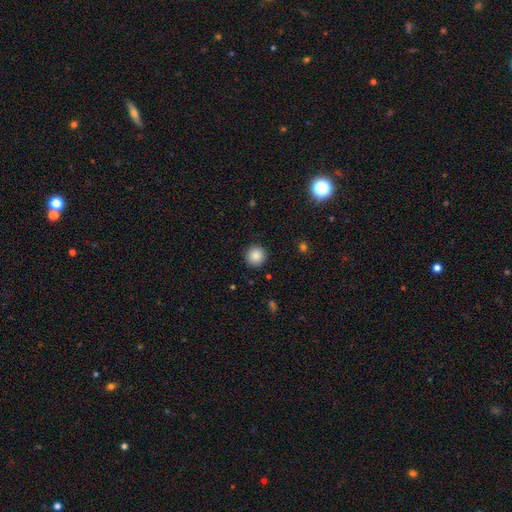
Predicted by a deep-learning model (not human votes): A smooth galaxy with no disk features (87%) that is round (96%). Merging: none (92%).